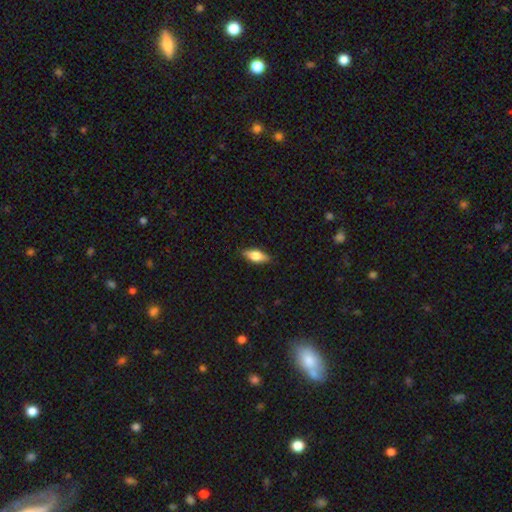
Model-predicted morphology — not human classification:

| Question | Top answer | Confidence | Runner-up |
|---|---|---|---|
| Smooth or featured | smooth | 70% | featured or disk (24%) |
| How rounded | in between | 77% | cigar-shaped (19%) |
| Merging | none | 86% | minor disturbance (11%) |